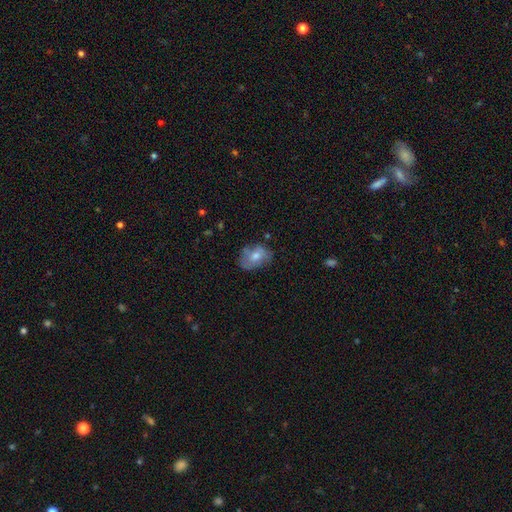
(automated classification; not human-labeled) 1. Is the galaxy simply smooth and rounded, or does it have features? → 53% smooth, 37% featured or disk, 10% star or artifact.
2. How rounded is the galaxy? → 71% in between, 27% round, 1% cigar-shaped.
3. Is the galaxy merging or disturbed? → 61% none, 27% minor disturbance, 9% major disturbance, 3% merger.